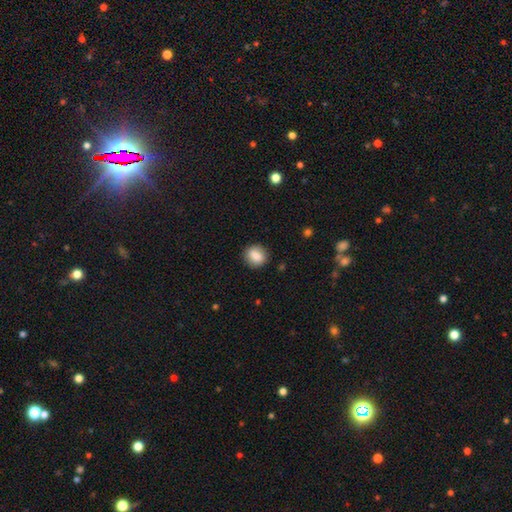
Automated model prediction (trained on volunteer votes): The model was most divided on "how rounded": round: 70%, in between: 29%, cigar-shaped: 1%. More confident: merging — none (86%); smooth or featured — smooth (85%).